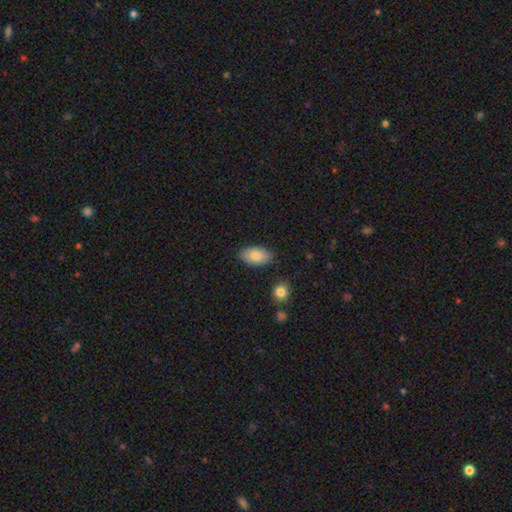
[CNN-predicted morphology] This appears to be a smooth galaxy with no disk features (84%) that is in between round and cigar-shaped (94%). Merging: none (83%).